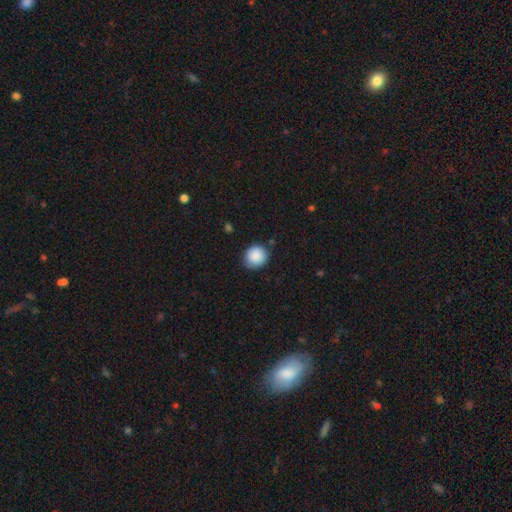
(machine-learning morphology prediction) A smooth galaxy with no disk features (89%) that is round (86%). Merging: none (81%).